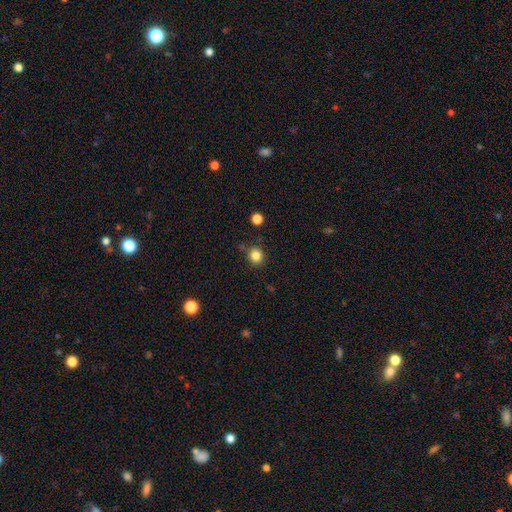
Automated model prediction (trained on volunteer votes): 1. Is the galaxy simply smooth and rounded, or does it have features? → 83% smooth, 12% star or artifact, 5% featured or disk.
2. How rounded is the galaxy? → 87% round, 12% in between, 1% cigar-shaped.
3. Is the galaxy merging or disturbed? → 83% none, 10% minor disturbance, 4% merger, 3% major disturbance.